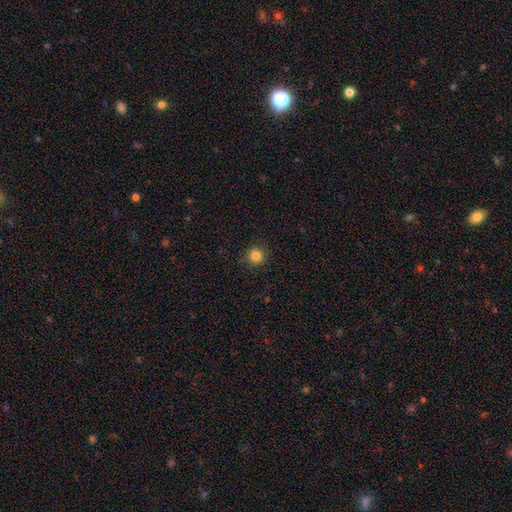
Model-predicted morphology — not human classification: Q: Smooth or featured?
A: smooth (83%); runner-up: star or artifact (12%)
Q: How rounded?
A: round (94%); runner-up: in between (6%)
Q: Merging?
A: none (88%); runner-up: minor disturbance (8%)